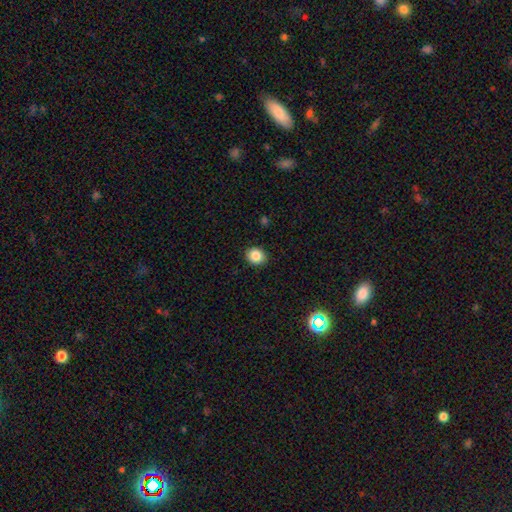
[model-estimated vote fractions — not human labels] Smooth or featured? smooth (85%)
How rounded? round (70%)
Merging? none (90%)